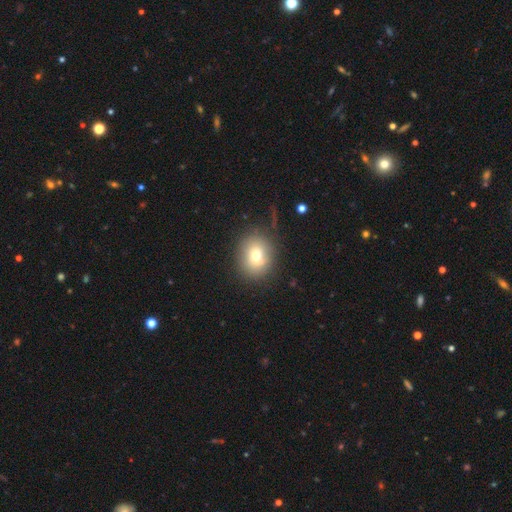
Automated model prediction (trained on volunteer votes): Smooth or featured? Predicted: smooth (p=0.71). How rounded? Predicted: round (p=0.68). Merging? Predicted: none (p=0.78).